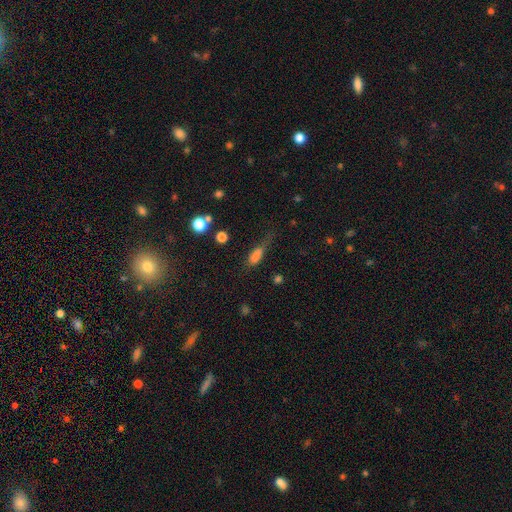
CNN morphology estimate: Smooth or featured? smooth (75%)
How rounded? in between (65%)
Merging? none (41%)